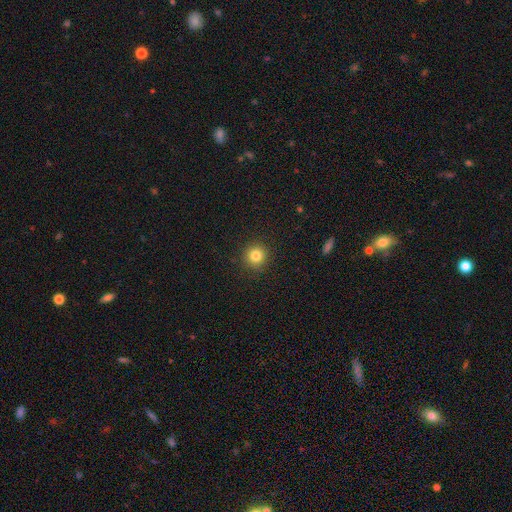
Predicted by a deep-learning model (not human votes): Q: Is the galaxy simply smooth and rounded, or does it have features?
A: smooth — 82%.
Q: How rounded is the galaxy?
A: round — 94%.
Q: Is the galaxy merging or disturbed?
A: none — 92%.